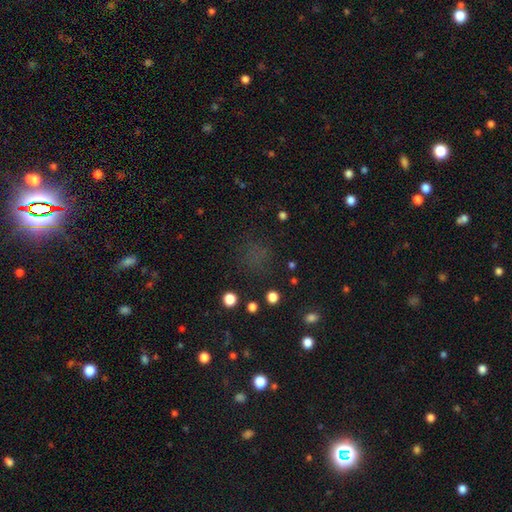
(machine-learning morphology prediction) smooth_or_featured: smooth (p=0.50) [alt: star or artifact p=0.41]
how_rounded: round (p=0.79) [alt: in between p=0.20]
merging: none (p=0.75) [alt: minor disturbance p=0.13]